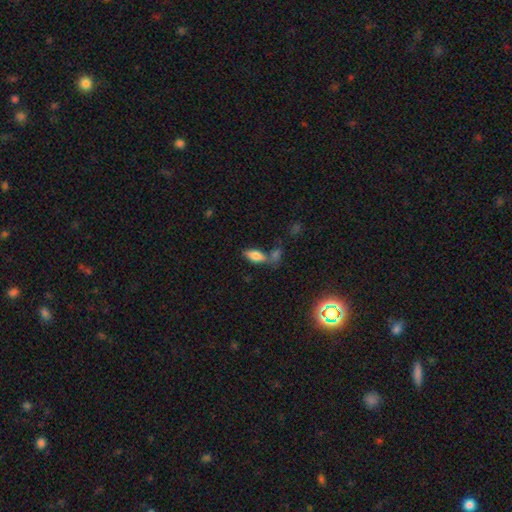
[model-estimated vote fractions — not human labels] A smooth galaxy with no disk features (76%) that is in between round and cigar-shaped (81%). Merging: none (54%).